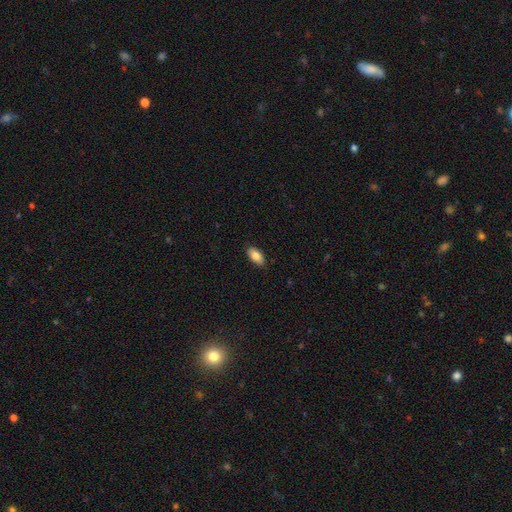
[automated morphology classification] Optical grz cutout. It shows a smooth galaxy with no disk features (85%) that is in between round and cigar-shaped (93%). Merging: none (87%).